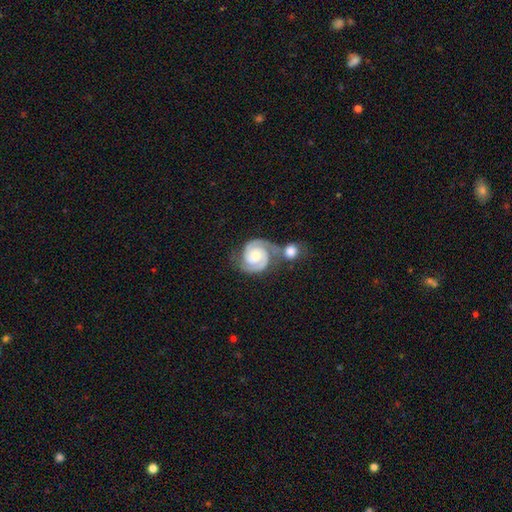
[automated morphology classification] This appears to be a featured or disk galaxy (90%) with no bar (68%), 2 (91%) tight (65%) spiral arms (98%) and a moderate central bulge (45%, tied with small). Merging: none (48%).